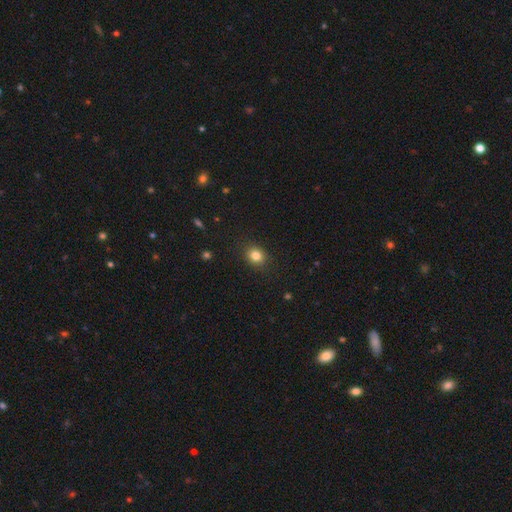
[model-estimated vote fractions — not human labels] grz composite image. It shows a smooth galaxy with no disk features (83%) that is round (64%). Merging: none (88%).